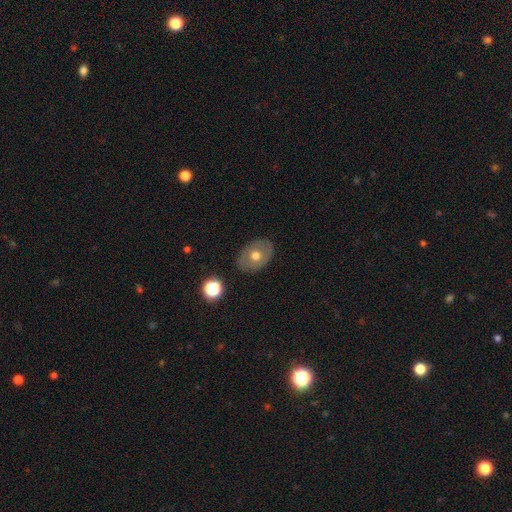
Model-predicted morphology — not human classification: Q: Smooth or featured?
A: smooth (55%); runner-up: featured or disk (37%)
Q: How rounded?
A: in between (71%); runner-up: round (28%)
Q: Merging?
A: none (84%); runner-up: minor disturbance (11%)